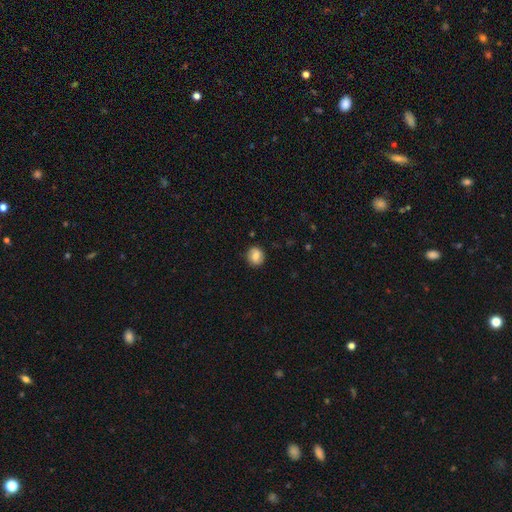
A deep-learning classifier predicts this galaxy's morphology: Overall: smooth (70%). How rounded: round (80%). Merging: none (86%).